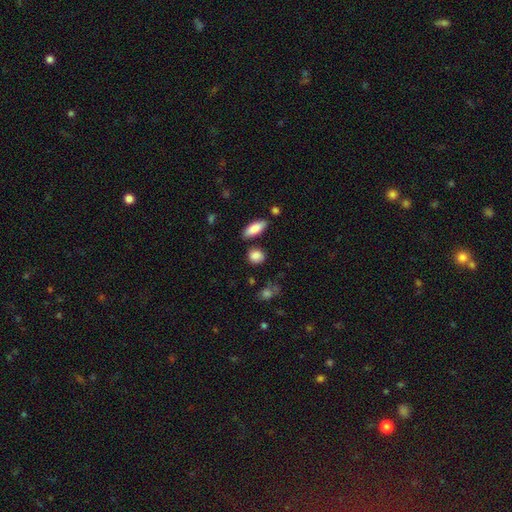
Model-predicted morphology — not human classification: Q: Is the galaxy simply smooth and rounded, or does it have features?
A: smooth — 86%.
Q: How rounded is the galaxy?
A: round — 56%.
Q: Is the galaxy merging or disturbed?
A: none — 78%.